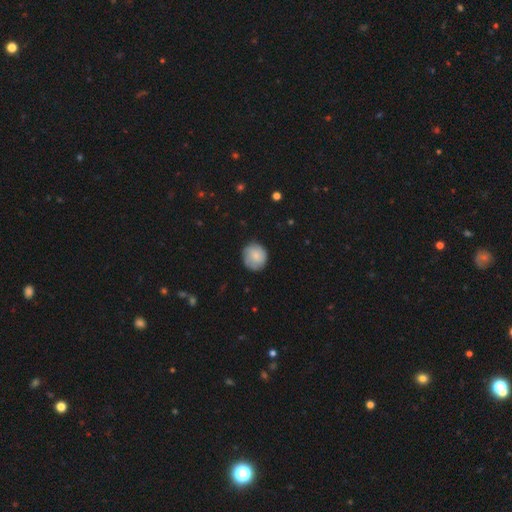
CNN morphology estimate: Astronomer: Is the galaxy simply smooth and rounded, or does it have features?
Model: smooth — 78%.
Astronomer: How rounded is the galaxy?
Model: round — 87%.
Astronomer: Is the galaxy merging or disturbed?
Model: none — 80%.